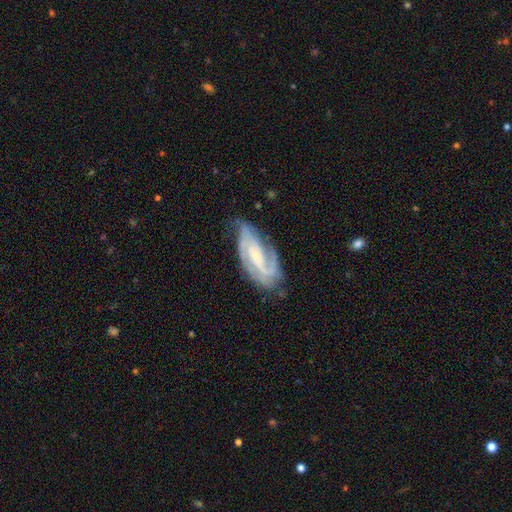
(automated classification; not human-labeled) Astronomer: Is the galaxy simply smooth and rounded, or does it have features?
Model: featured or disk — 85%.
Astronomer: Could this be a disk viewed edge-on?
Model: no — 94%.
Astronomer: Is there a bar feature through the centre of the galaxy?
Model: weak — 41% (runner-up: no, 40%).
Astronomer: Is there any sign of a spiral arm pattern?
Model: yes — 96%.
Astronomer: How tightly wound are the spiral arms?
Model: tight — 47% (runner-up: medium, 42%).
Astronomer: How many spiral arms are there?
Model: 2 — 47% (runner-up: 3, 25%).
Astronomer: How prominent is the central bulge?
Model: small — 56%.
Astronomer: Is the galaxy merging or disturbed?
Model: none — 65%.